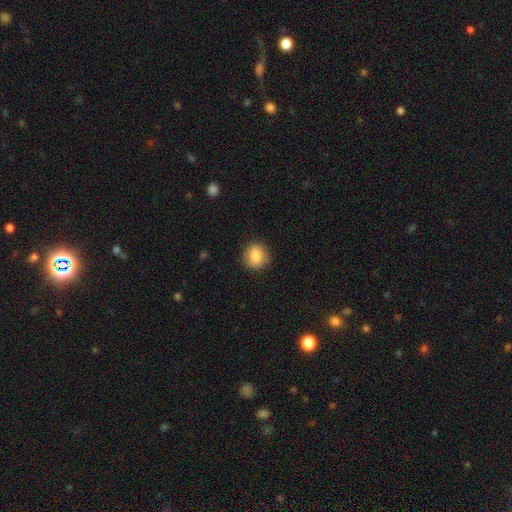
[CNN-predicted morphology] type=smooth (87%); roundness=round (79%); merging=none (87%).